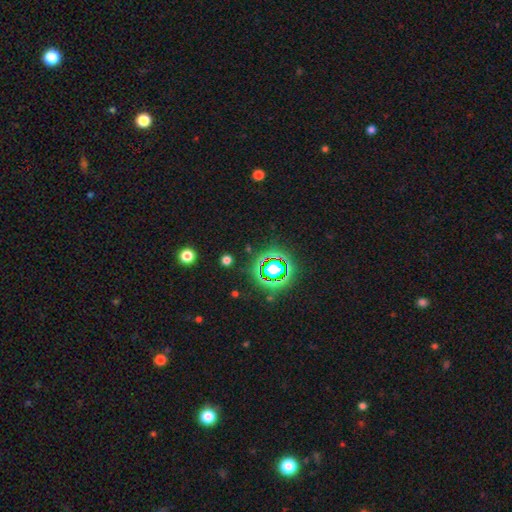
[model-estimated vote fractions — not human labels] A star or artifact, not a galaxy (79%).

Vote fractions:
- Smooth or featured? star or artifact: 79% / smooth: 13% / featured or disk: 8%